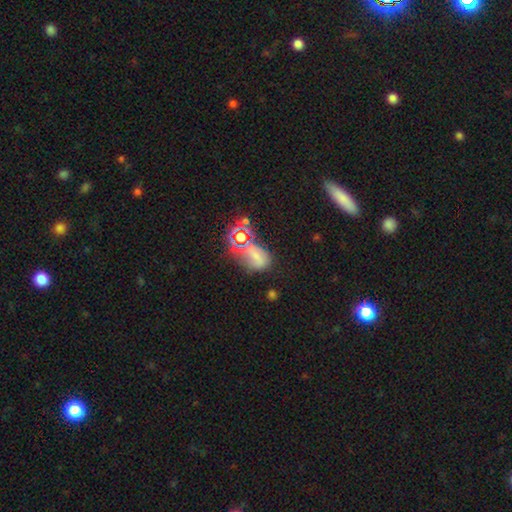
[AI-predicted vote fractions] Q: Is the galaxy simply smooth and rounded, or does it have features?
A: smooth — 52%.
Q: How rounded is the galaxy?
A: in between — 71%.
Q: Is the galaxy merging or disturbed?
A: none — 44%.